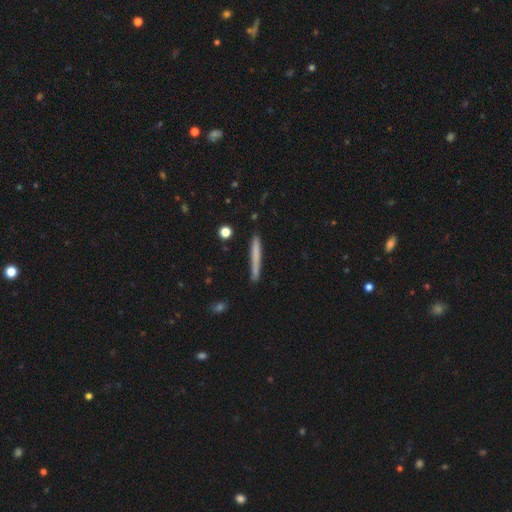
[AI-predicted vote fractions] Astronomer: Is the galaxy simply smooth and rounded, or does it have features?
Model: smooth — 65%.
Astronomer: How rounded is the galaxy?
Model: cigar-shaped — 97%.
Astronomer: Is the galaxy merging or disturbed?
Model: none — 87%.